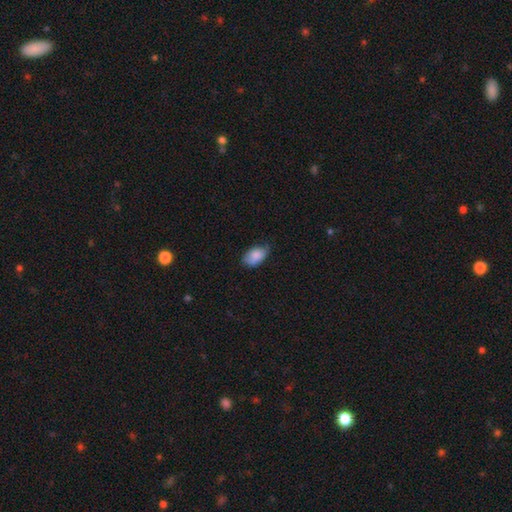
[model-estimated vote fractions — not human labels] Smooth or featured? smooth (83%)
How rounded? in between (92%)
Merging? none (62%)